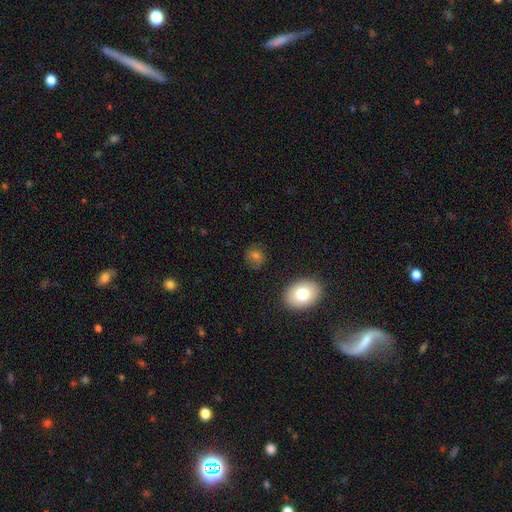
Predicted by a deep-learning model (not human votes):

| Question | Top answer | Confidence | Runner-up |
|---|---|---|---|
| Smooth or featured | smooth | 70% | star or artifact (15%) |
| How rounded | round | 67% | in between (32%) |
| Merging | none | 78% | minor disturbance (15%) |